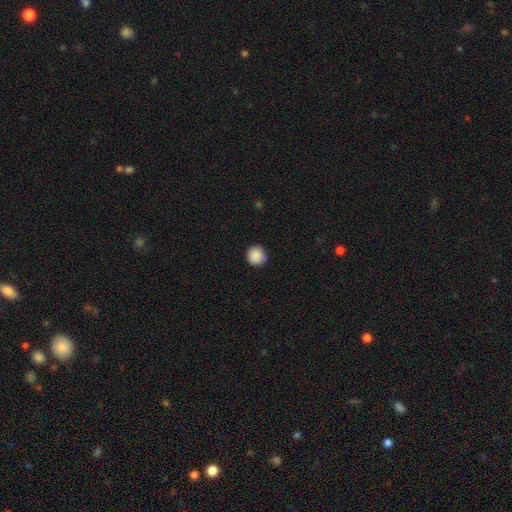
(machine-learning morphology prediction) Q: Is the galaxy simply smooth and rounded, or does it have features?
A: smooth — 88%.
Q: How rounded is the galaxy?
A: round — 91%.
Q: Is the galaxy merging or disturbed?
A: none — 84%.